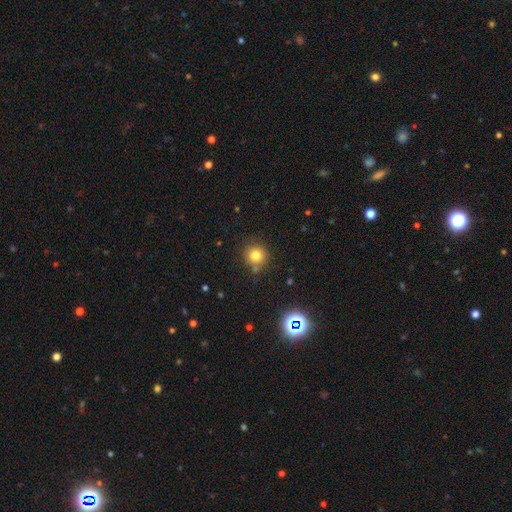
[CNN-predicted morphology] Overall: smooth (79%). How rounded: round (93%). Merging: none (80%).